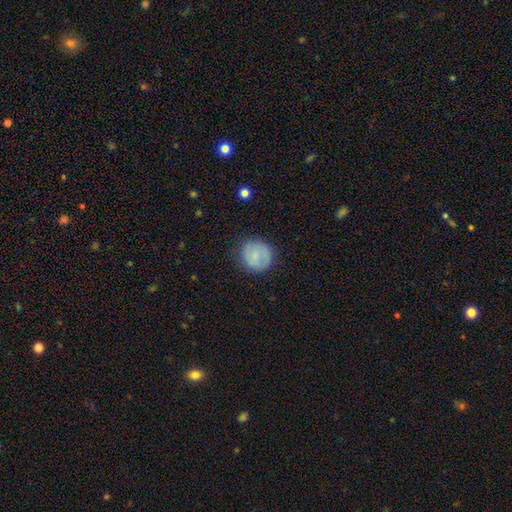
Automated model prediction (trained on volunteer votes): Overall: smooth (79%). How rounded: round (91%). Merging: none (80%).